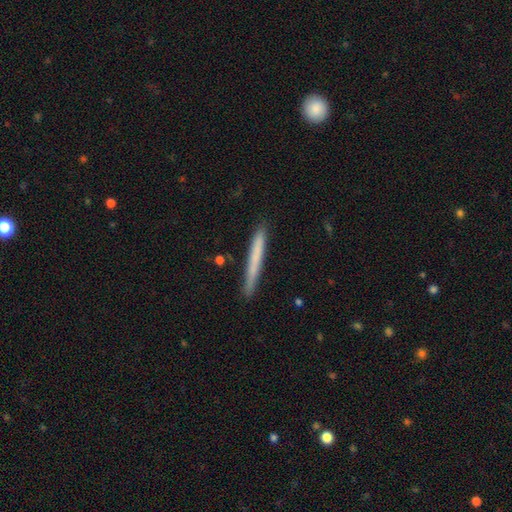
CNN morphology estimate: A smooth galaxy with no disk features (60%) that is cigar-shaped (97%). Merging: none (88%).